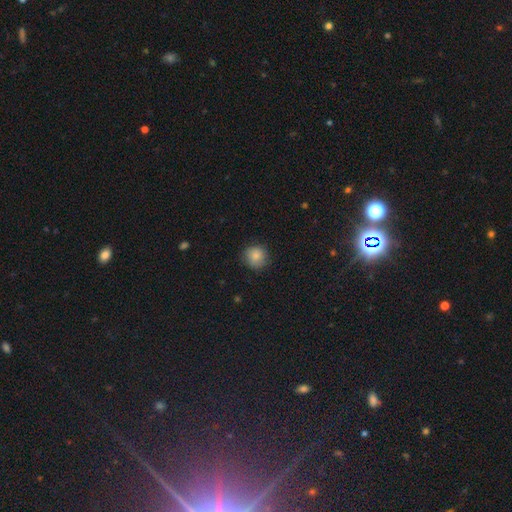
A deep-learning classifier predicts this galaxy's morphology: type=smooth (85%); roundness=round (91%); merging=none (84%).